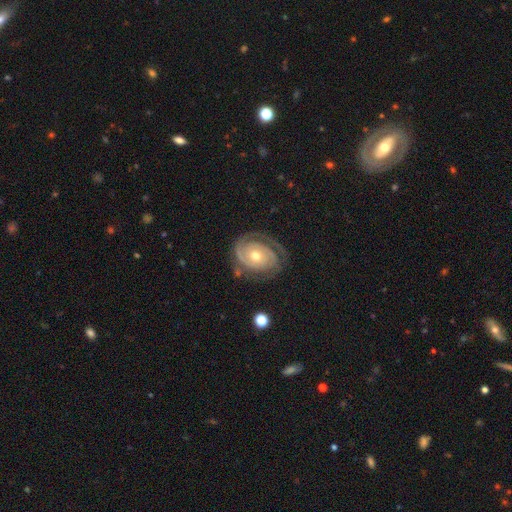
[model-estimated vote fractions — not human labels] featured or disk 87%, smooth 8%, star or artifact 5%. Down the decision tree: edge-on disk — no (97%); bar — no (77%); spiral arms — yes (96%); spiral arm count — 2 (67%); spiral winding — tight (72%); bulge size — moderate (61%); merging — none (73%).